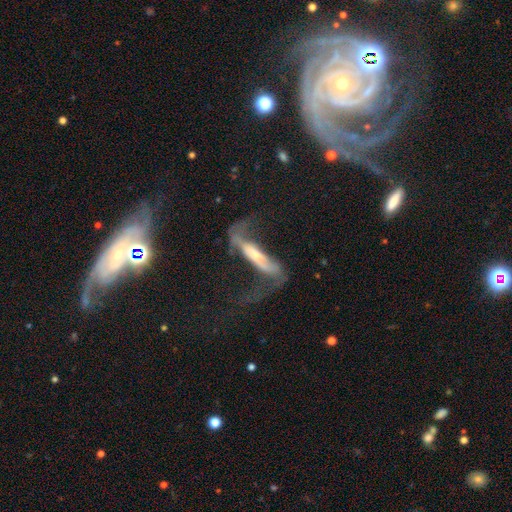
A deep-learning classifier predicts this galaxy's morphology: Smooth or featured: featured or disk — 64% (smooth — 30%)
Edge-on disk: no — 59% (yes — 41%)
Merging: major disturbance — 50% (none — 28%)